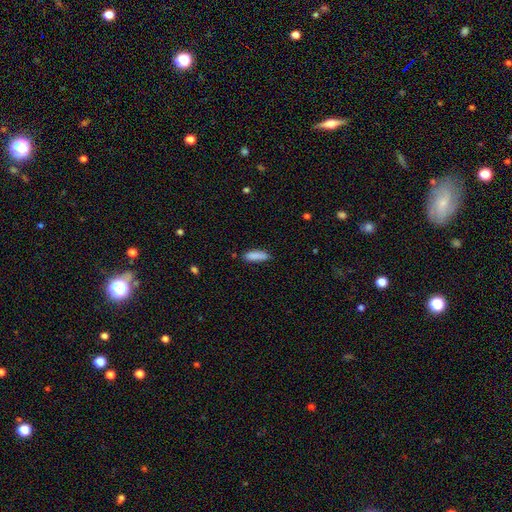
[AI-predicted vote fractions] This is clearly a smooth galaxy (87%). How rounded: likely cigar-shaped (61%). Merging: likely none (77%).